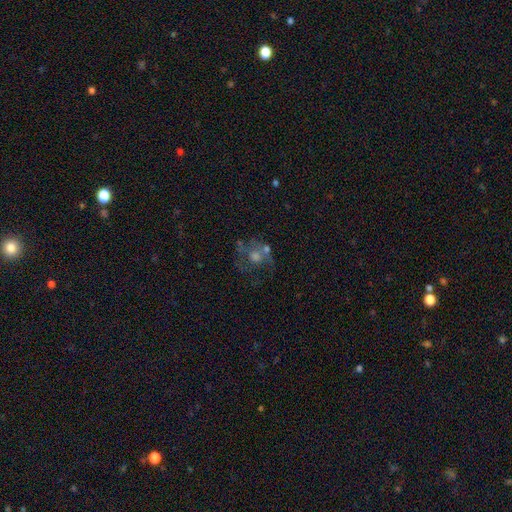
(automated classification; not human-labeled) Smooth or featured? Predicted: featured or disk (p=0.55). Edge-on disk? Predicted: no (p=0.97). Bar? Predicted: no (p=0.84). Spiral arms? Predicted: no (p=0.54). Bulge size? Predicted: moderate (p=0.59). Merging? Predicted: none (p=0.53).